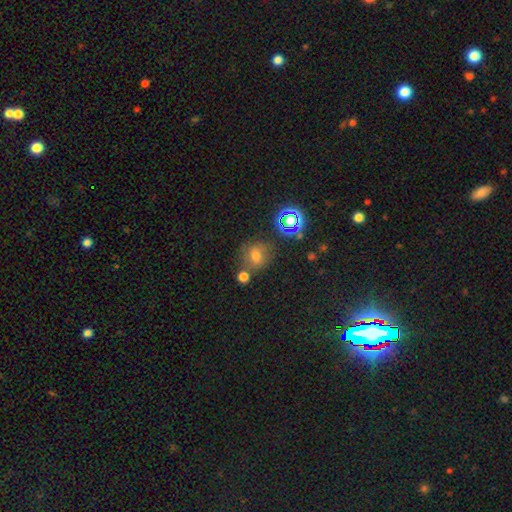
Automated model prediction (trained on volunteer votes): Smooth or featured: smooth — 62% (star or artifact — 24%)
How rounded: round — 76% (in between — 23%)
Merging: none — 66% (merger — 16%)